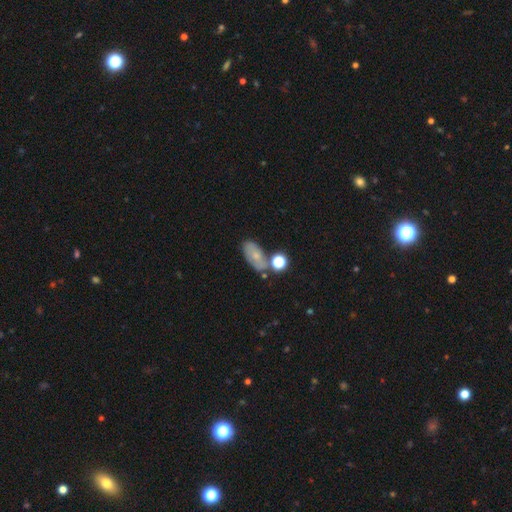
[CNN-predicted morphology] type=smooth (61%); roundness=in between (84%); merging=none (54%).